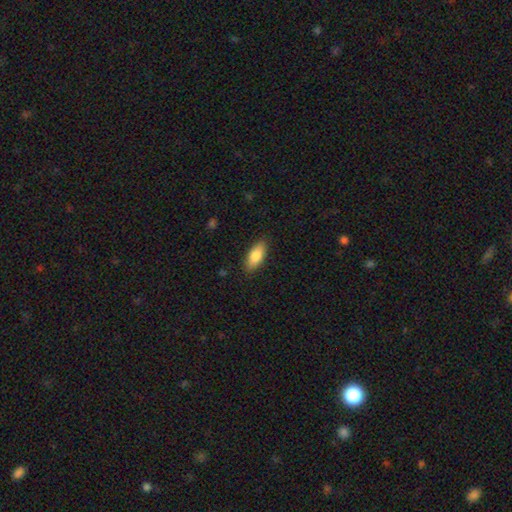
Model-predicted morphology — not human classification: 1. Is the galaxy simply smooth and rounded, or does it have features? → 84% smooth, 10% featured or disk, 6% star or artifact.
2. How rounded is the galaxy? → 85% in between, 13% cigar-shaped, 2% round.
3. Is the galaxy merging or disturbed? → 87% none, 10% minor disturbance, 2% major disturbance, 1% merger.